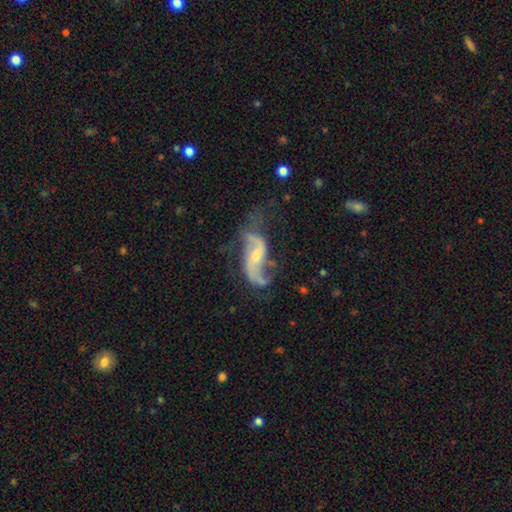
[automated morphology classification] smooth_or_featured: featured or disk (p=0.86) [alt: smooth p=0.07]
disk_edge_on: no (p=0.94) [alt: yes p=0.06]
bar: no (p=0.45) [alt: weak p=0.36]
has_spiral_arms: yes (p=0.94) [alt: no p=0.06]
spiral_winding: loose (p=0.72) [alt: medium p=0.22]
spiral_arm_count: 2 (p=0.89) [alt: can't tell p=0.04]
bulge_size: small (p=0.55) [alt: moderate p=0.40]
merging: none (p=0.57) [alt: minor disturbance p=0.22]